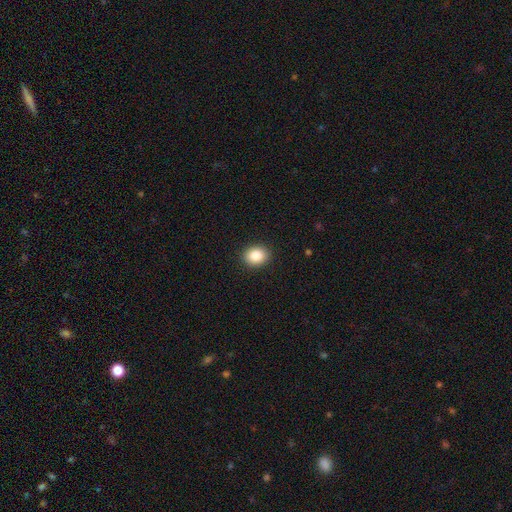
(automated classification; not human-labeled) smooth-or-featured: smooth: 86% | star or artifact: 9% | featured or disk: 5%
  how-rounded: round: 56% | in between: 43% | cigar-shaped: 1%
  merging: none: 91% | minor disturbance: 6% | major disturbance: 2% | merger: 1%